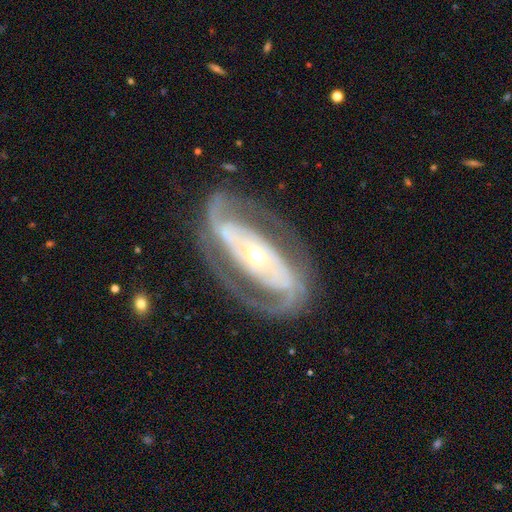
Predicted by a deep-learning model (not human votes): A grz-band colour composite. It shows a featured or disk galaxy (89%) with no bar (41%), 2 (89%) medium (45%) spiral arms (94%) and a small central bulge (51%). Merging: none (77%).